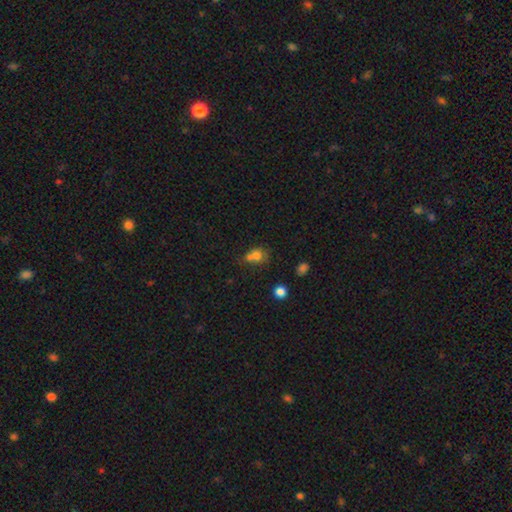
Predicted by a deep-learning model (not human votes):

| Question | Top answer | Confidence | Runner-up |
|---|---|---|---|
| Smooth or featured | smooth | 73% | star or artifact (14%) |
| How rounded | round | 56% | in between (42%) |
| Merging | merger | 42% | none (34%) |